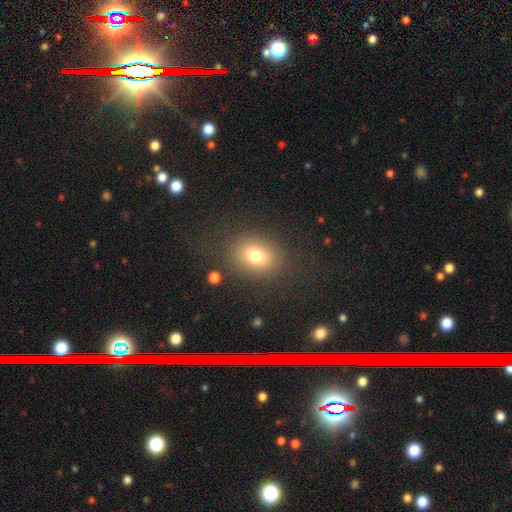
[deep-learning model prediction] smooth-or-featured: smooth: 76% | star or artifact: 12% | featured or disk: 12%
  how-rounded: in between: 60% | round: 39% | cigar-shaped: 1%
  merging: none: 80% | minor disturbance: 11% | major disturbance: 7% | merger: 2%